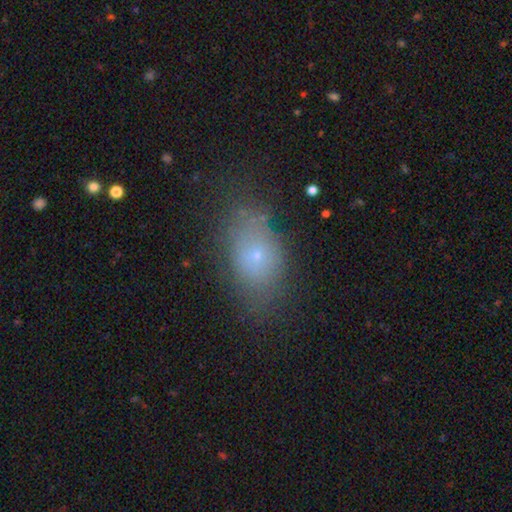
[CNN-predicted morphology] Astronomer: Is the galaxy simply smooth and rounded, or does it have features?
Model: smooth — 67%.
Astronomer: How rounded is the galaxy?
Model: in between — 78%.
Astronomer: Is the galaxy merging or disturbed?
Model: none — 69%.